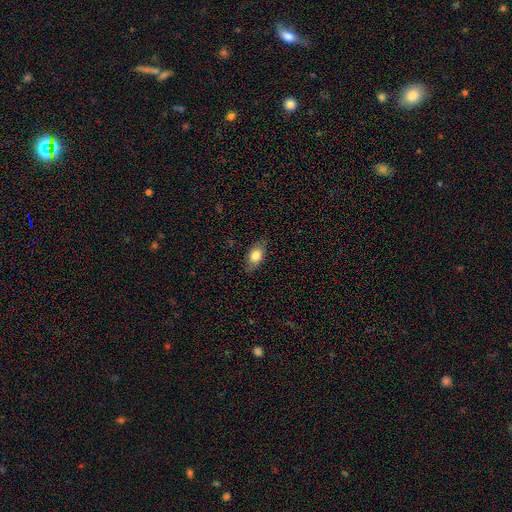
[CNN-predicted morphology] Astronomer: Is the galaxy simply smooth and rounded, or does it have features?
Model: smooth — 76%.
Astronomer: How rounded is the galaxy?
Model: in between — 84%.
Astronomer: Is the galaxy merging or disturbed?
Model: none — 81%.